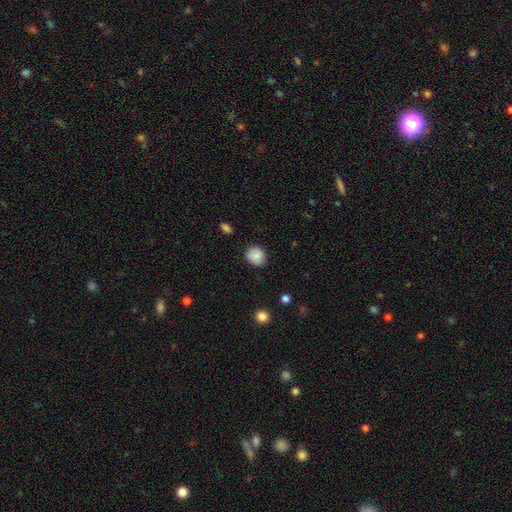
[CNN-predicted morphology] smooth-or-featured: smooth: 84% | star or artifact: 8% | featured or disk: 7%
  how-rounded: round: 74% | in between: 26% | cigar-shaped: 1%
  merging: none: 81% | minor disturbance: 15% | major disturbance: 3% | merger: 1%